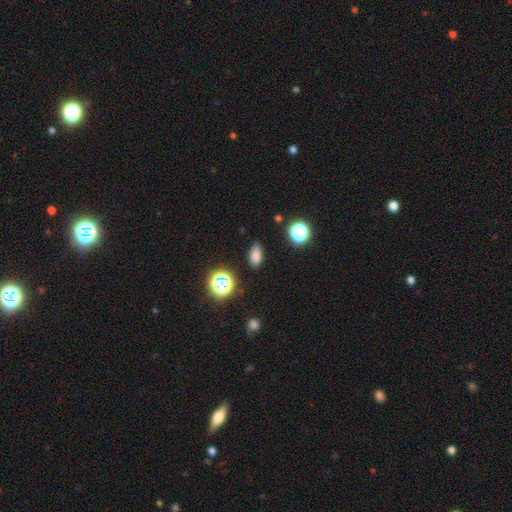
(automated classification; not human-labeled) A smooth galaxy with no disk features (78%) that is in between round and cigar-shaped (85%). Merging: none (85%).